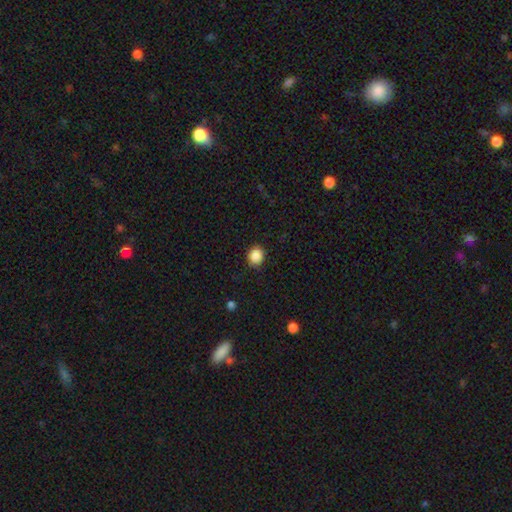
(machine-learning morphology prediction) type=smooth (88%); roundness=round (79%); merging=none (89%).